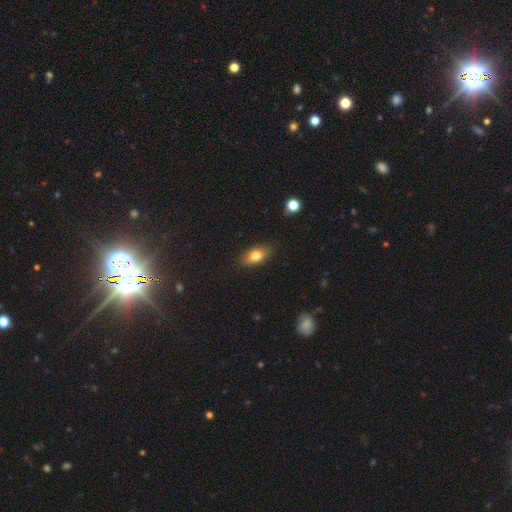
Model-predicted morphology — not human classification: Q: Smooth or featured?
A: smooth (78%); runner-up: featured or disk (13%)
Q: How rounded?
A: in between (85%); runner-up: round (8%)
Q: Merging?
A: none (85%); runner-up: minor disturbance (12%)